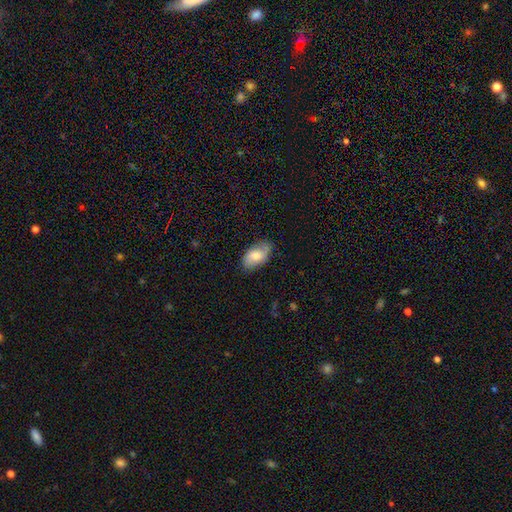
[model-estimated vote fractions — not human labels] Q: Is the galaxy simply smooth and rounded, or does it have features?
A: smooth — 64%.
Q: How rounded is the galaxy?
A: in between — 93%.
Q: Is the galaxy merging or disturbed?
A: none — 74%.